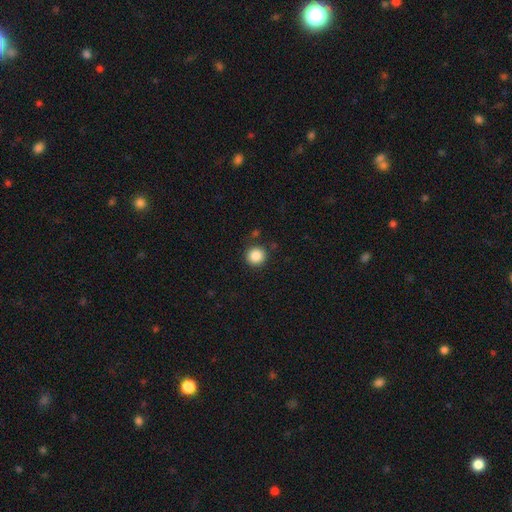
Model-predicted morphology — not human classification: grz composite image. It shows a smooth galaxy with no disk features (87%) that is round (94%). Merging: none (88%).